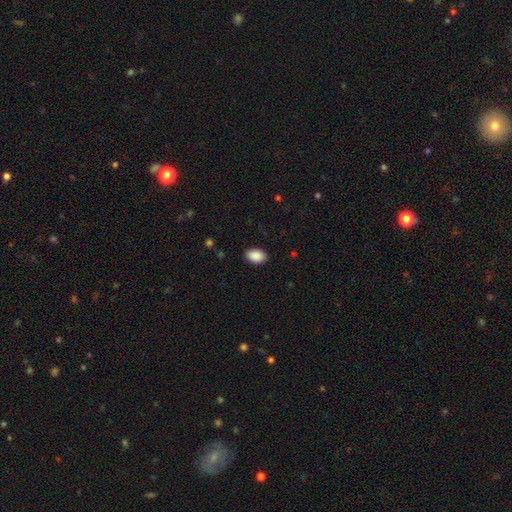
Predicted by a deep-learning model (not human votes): Smooth or featured?
  - smooth: 90% *
  - star or artifact: 7%
  - featured or disk: 3%
How rounded?
  - in between: 89% *
  - round: 10%
  - cigar-shaped: 1%
Merging?
  - none: 89% *
  - minor disturbance: 8%
  - major disturbance: 2%
  - merger: 1%